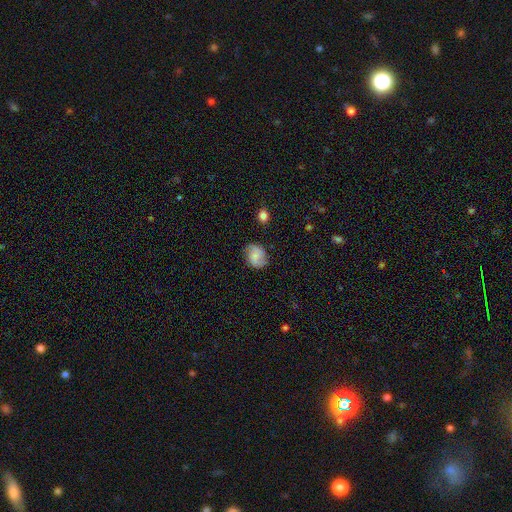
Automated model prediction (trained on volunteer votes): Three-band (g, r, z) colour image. It shows a smooth galaxy with no disk features (60%) that is round (54%). Merging: none (78%).